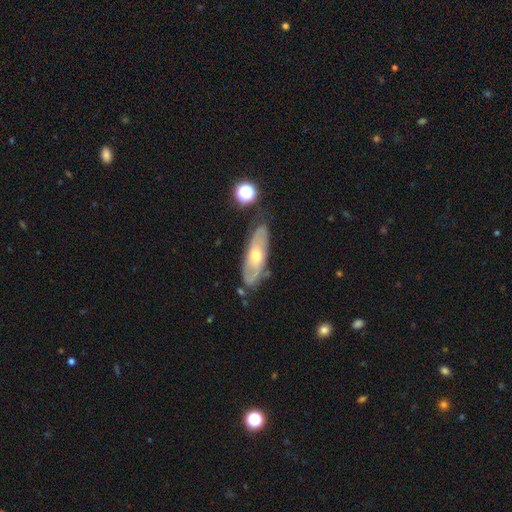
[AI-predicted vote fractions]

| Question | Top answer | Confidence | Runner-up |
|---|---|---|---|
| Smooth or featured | featured or disk | 66% | smooth (27%) |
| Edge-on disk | no | 78% | yes (22%) |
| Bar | no | 70% | weak (24%) |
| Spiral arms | yes | 71% | no (29%) |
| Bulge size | moderate | 68% | small (25%) |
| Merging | none | 73% | minor disturbance (19%) |